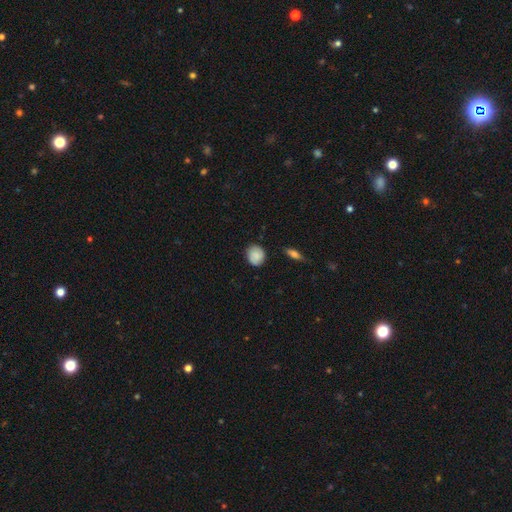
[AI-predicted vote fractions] smooth_or_featured: smooth (p=0.82) [alt: featured or disk p=0.10]
how_rounded: round (p=0.73) [alt: in between p=0.26]
merging: none (p=0.81) [alt: minor disturbance p=0.15]